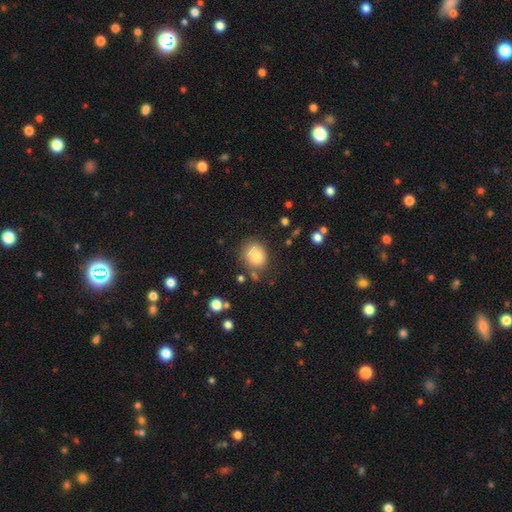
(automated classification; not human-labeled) Overall: smooth (81%). How rounded: round (68%; in between 31%). Merging: none (75%).